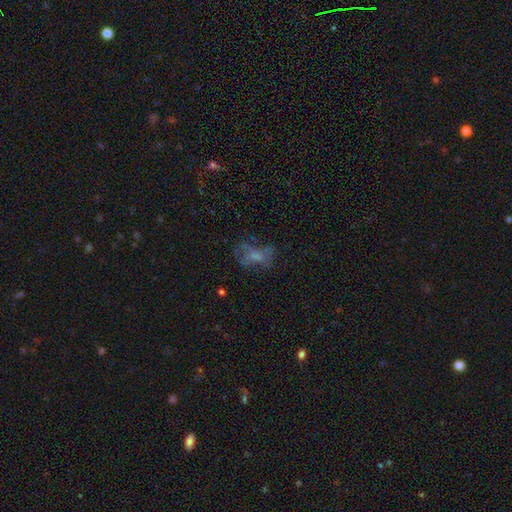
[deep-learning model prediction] smooth_or_featured: smooth (p=0.41) [alt: featured or disk p=0.40]
merging: none (p=0.43) [alt: major disturbance p=0.33]